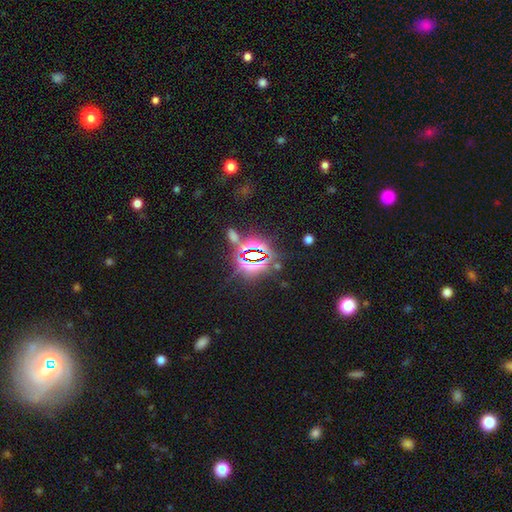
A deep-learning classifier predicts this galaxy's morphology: A star or artifact, not a galaxy (80%).